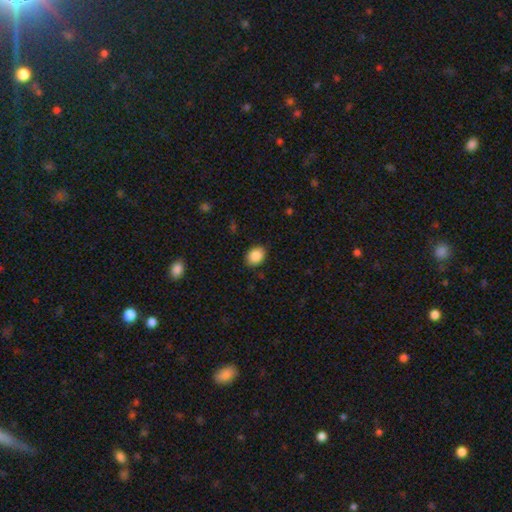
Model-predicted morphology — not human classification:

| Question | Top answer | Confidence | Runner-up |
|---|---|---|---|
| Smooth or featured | smooth | 88% | star or artifact (8%) |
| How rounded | in between | 62% | round (37%) |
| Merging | none | 87% | minor disturbance (9%) |